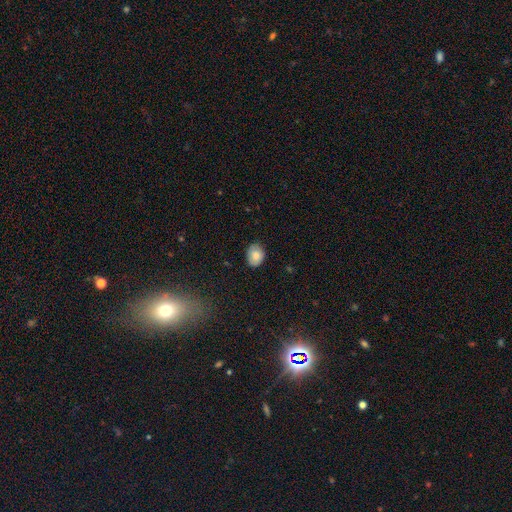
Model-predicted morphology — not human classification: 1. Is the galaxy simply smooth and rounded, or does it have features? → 82% smooth, 10% featured or disk, 8% star or artifact.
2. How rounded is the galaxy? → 57% in between, 42% round, 1% cigar-shaped.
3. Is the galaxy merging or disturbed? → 80% none, 16% minor disturbance, 3% major disturbance, 1% merger.